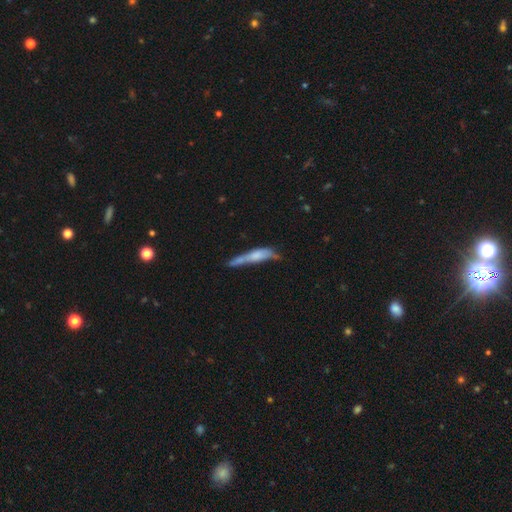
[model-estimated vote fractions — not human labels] smooth 52%, featured or disk 40%, star or artifact 7%. Down the decision tree: how rounded — cigar-shaped (83%); merging — none (38%).